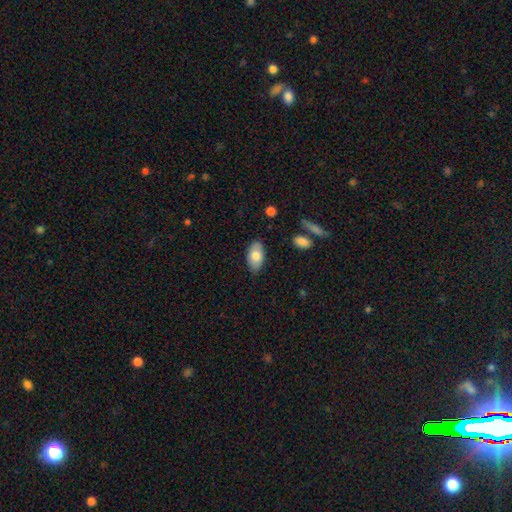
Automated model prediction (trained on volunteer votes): smooth-or-featured: smooth: 77% | featured or disk: 17% | star or artifact: 6%
  how-rounded: in between: 94% | round: 4% | cigar-shaped: 2%
  merging: none: 83% | minor disturbance: 13% | major disturbance: 2% | merger: 1%